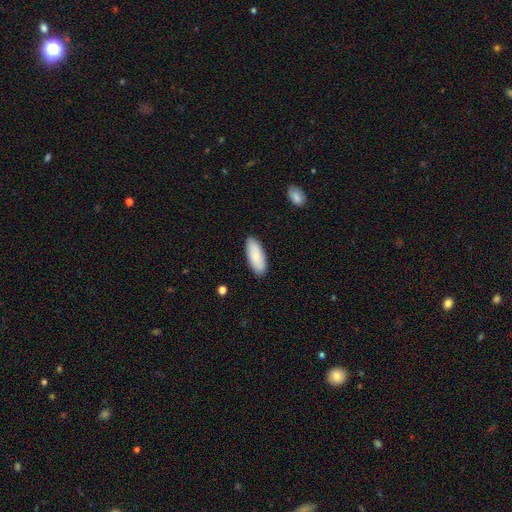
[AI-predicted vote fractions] The model was most divided on "how rounded": in between: 76%, cigar-shaped: 23%, round: 2%. More confident: merging — none (88%); smooth or featured — smooth (87%).